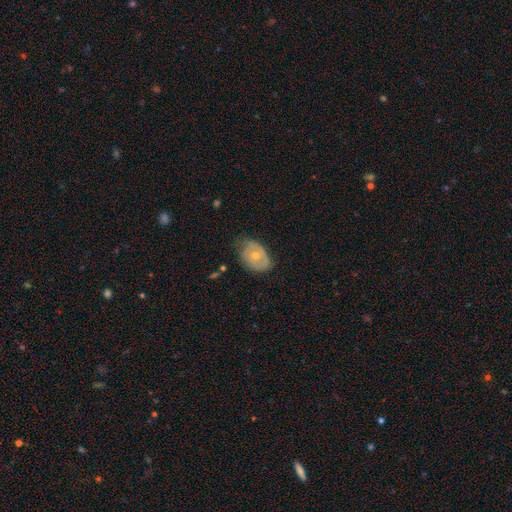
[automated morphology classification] Smooth or featured? featured or disk (49%)
Merging? none (52%)